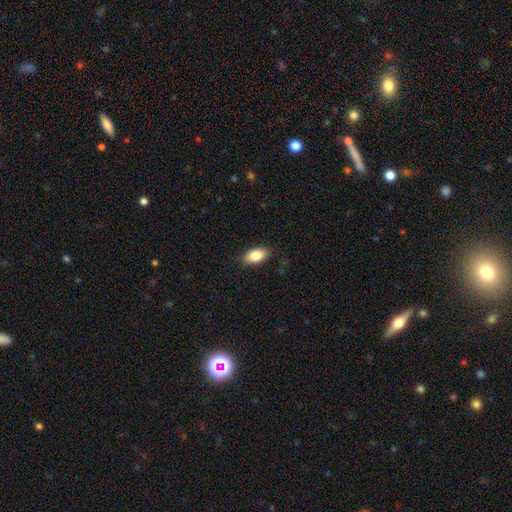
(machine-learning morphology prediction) smooth_or_featured: smooth (p=0.84) [alt: featured or disk p=0.09]
how_rounded: in between (p=0.92) [alt: round p=0.04]
merging: none (p=0.87) [alt: minor disturbance p=0.10]